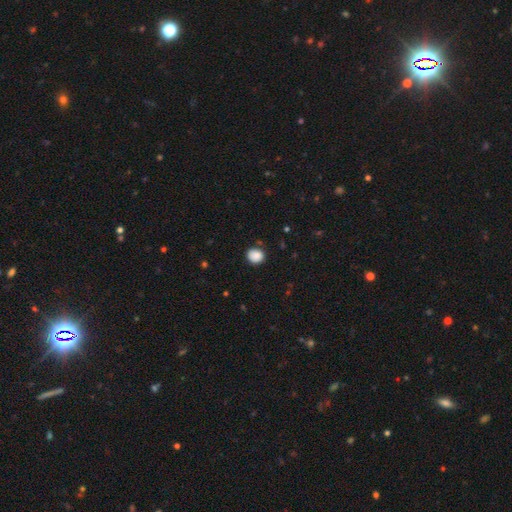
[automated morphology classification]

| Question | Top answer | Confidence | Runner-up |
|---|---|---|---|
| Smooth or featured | smooth | 87% | star or artifact (9%) |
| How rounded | round | 74% | in between (25%) |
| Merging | none | 84% | minor disturbance (12%) |